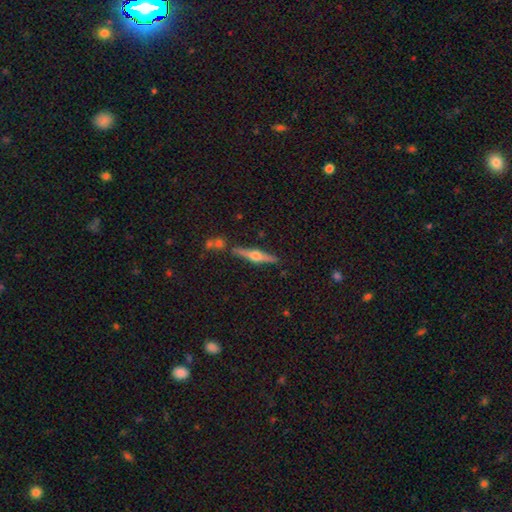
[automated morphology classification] Q: Smooth or featured?
A: featured or disk (68%); runner-up: smooth (25%)
Q: Edge-on disk?
A: yes (97%); runner-up: no (3%)
Q: Edge-on bulge?
A: rounded (93%); runner-up: boxy (4%)
Q: Merging?
A: none (85%); runner-up: minor disturbance (9%)